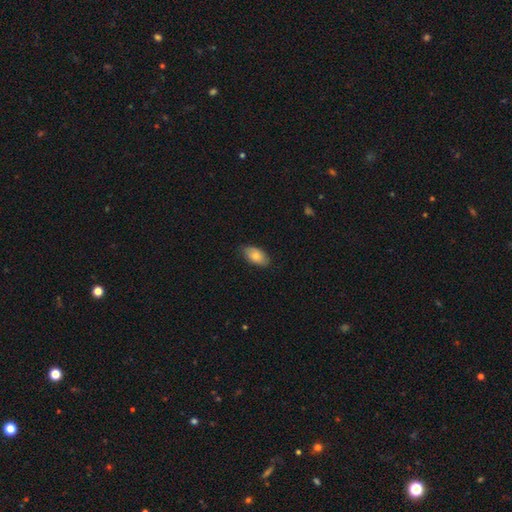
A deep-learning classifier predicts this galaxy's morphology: Smooth or featured? Predicted: smooth (p=0.78). How rounded? Predicted: in between (p=0.93). Merging? Predicted: none (p=0.80).